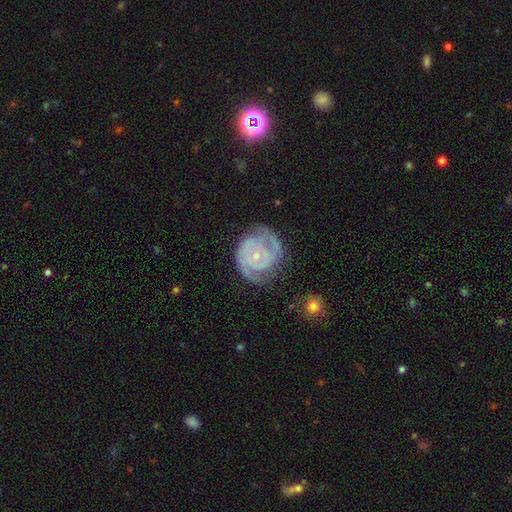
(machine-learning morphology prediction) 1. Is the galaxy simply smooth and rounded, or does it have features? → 85% featured or disk, 9% smooth, 6% star or artifact.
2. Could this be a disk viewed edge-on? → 98% no, 2% yes.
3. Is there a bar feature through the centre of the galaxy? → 76% no, 19% weak, 5% strong.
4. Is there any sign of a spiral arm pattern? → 95% yes, 5% no.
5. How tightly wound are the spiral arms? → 65% tight, 29% medium, 6% loose.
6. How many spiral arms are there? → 52% 2, 18% can't tell, 16% 3, 5% 1, 5% 4, 4% more than 4.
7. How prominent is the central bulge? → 80% small, 16% moderate, 2% none, 1% large, 1% dominant.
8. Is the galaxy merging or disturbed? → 68% none, 21% minor disturbance, 9% major disturbance, 2% merger.